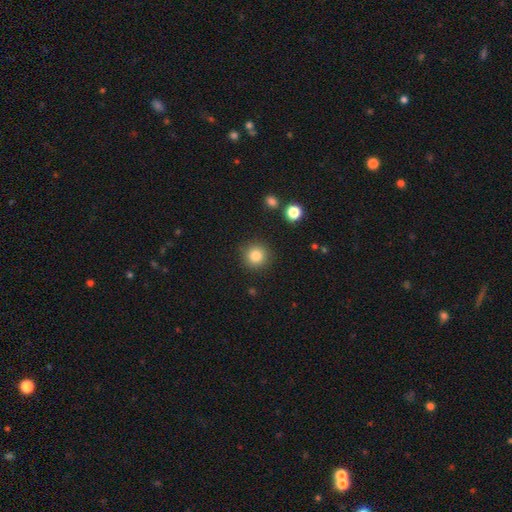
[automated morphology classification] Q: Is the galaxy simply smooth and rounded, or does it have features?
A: smooth — 84%.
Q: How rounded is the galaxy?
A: round — 94%.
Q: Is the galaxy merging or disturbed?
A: none — 90%.